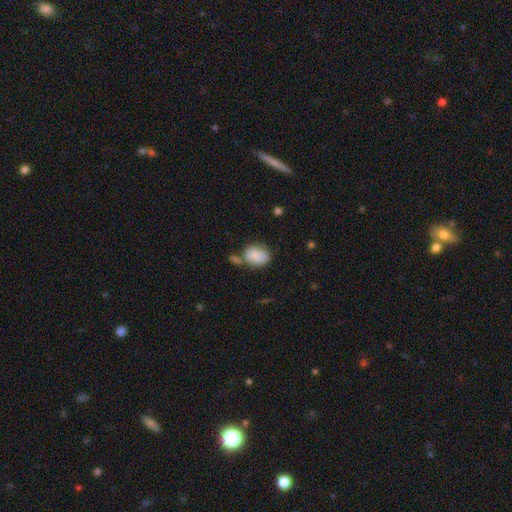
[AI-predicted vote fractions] Overall: smooth (78%). How rounded: in between (62%; round 37%). Merging: none (50%; minor disturbance 22%).